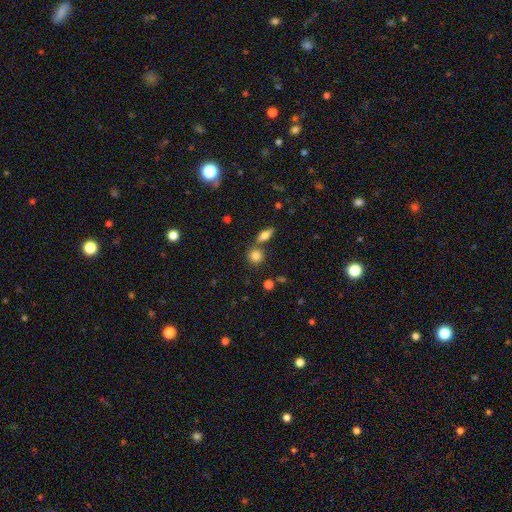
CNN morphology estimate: smooth-or-featured: smooth: 81% | star or artifact: 10% | featured or disk: 9%
  how-rounded: round: 80% | in between: 18% | cigar-shaped: 3%
  merging: none: 65% | merger: 22% | minor disturbance: 10% | major disturbance: 3%